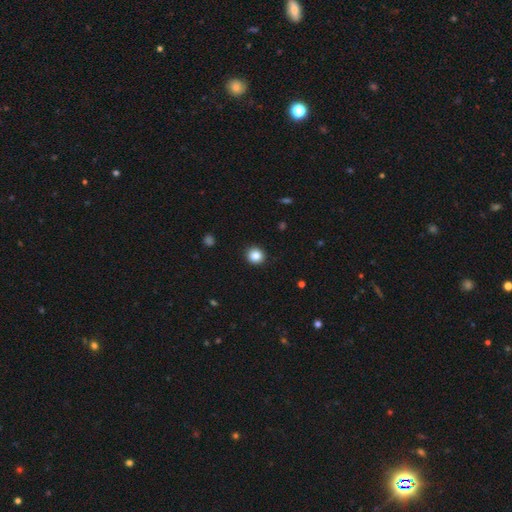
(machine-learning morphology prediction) Smooth or featured? Predicted: smooth (p=0.85). How rounded? Predicted: round (p=0.91). Merging? Predicted: none (p=0.92).